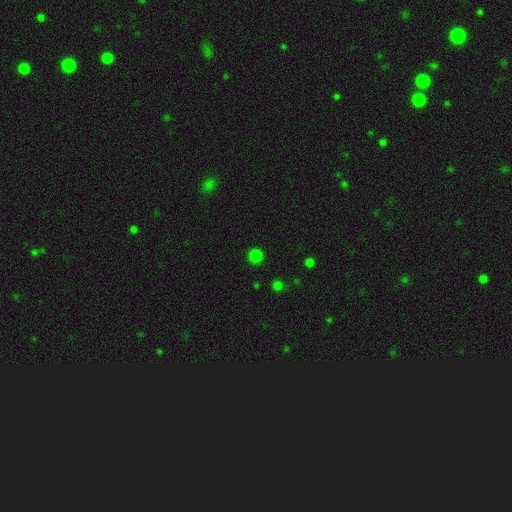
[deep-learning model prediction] This is likely a smooth galaxy (79%). How rounded: clearly round (94%). Merging: clearly none (91%).